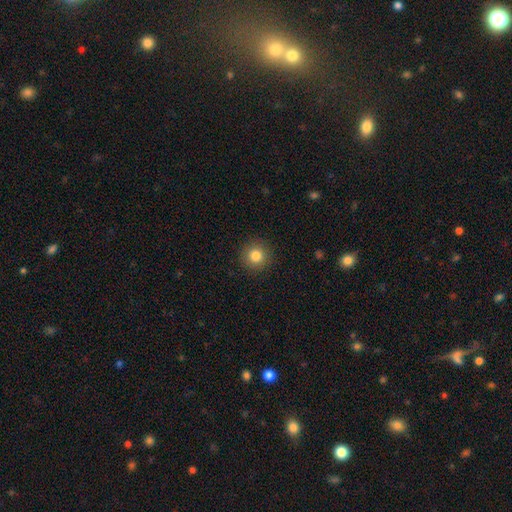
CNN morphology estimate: Q: Smooth or featured?
A: smooth (82%); runner-up: star or artifact (11%)
Q: How rounded?
A: round (95%); runner-up: in between (4%)
Q: Merging?
A: none (91%); runner-up: minor disturbance (6%)